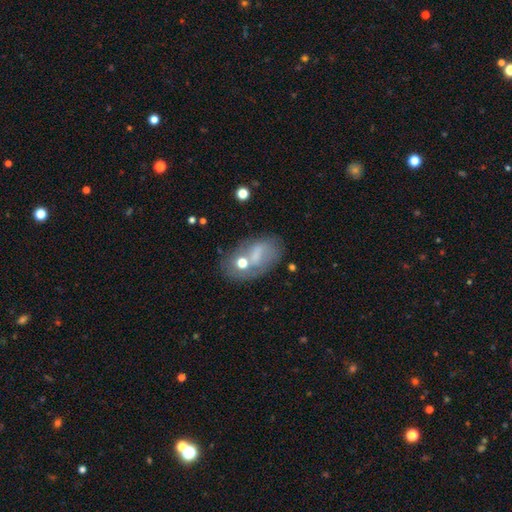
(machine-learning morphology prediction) A smooth galaxy with no disk features (49%).

Vote fractions:
- Smooth or featured? smooth: 49% / featured or disk: 39% / star or artifact: 13%
- Merging? none: 45% / minor disturbance: 24% / major disturbance: 18% / merger: 14%